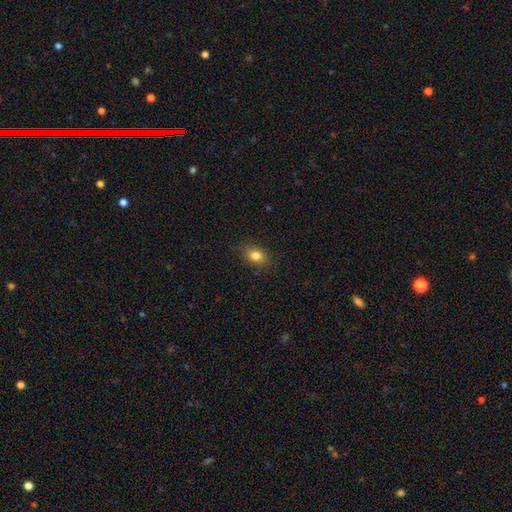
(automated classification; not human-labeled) Morphology: type=smooth (81%); roundness=in between (68%); merging=none (85%).